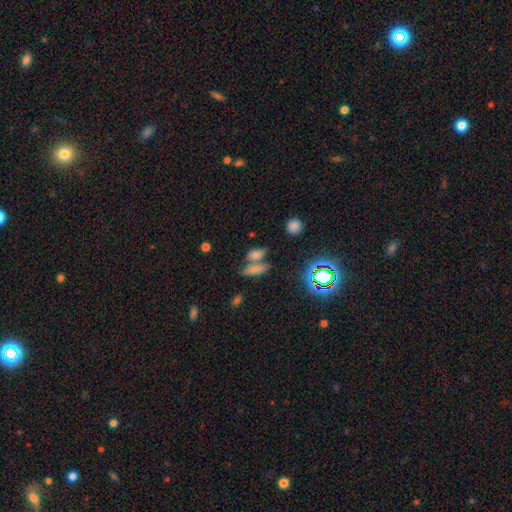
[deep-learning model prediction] Morphology: type=smooth (70%); roundness=in between (70%); merging=merger (50%).